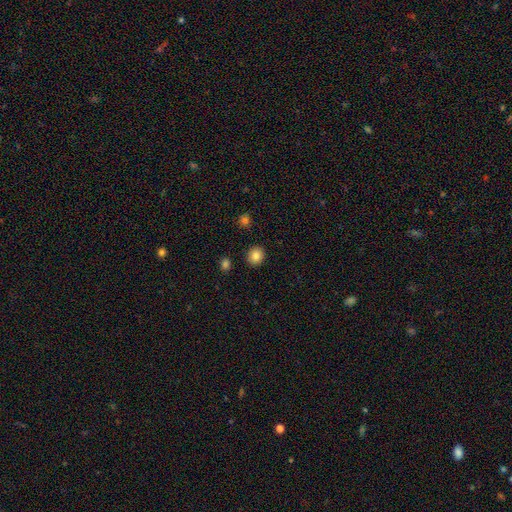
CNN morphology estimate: The model was most divided on "how rounded": round: 81%, in between: 18%, cigar-shaped: 1%. More confident: merging — none (91%); smooth or featured — smooth (84%).